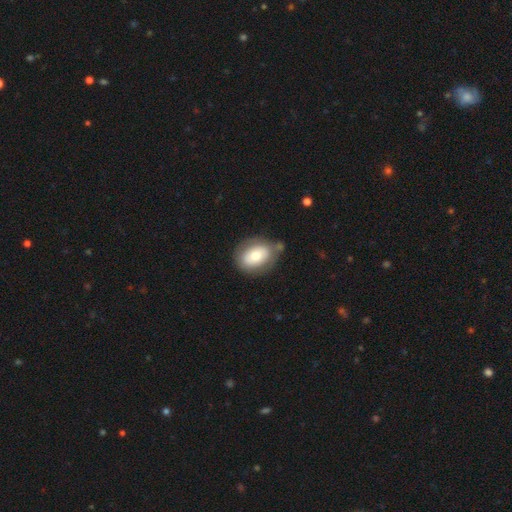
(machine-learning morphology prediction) This appears to be a smooth galaxy with no disk features (67%) that is in between round and cigar-shaped (70%). Merging: none (68%).